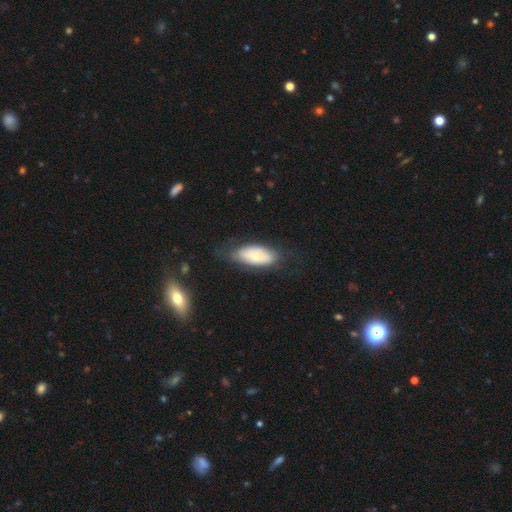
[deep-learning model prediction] smooth-or-featured: smooth: 64% | featured or disk: 30% | star or artifact: 6%
  how-rounded: in between: 88% | cigar-shaped: 10% | round: 2%
  merging: none: 59% | minor disturbance: 27% | major disturbance: 11% | merger: 2%